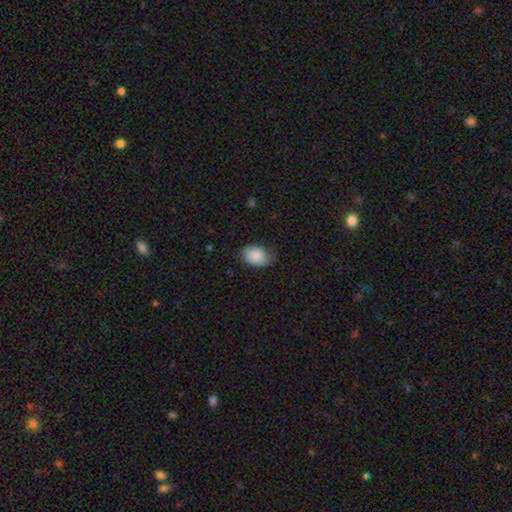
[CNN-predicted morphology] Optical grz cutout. It shows a smooth galaxy with no disk features (75%) that is in between round and cigar-shaped (81%). Merging: none (61%).